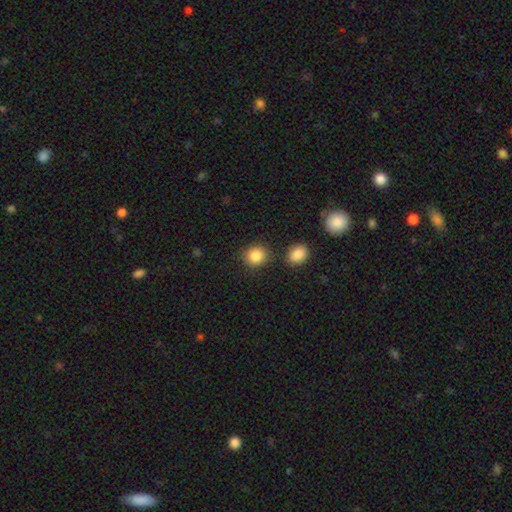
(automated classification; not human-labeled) Smooth or featured?
  - smooth: 86% *
  - star or artifact: 9%
  - featured or disk: 5%
How rounded?
  - round: 79% *
  - in between: 20%
  - cigar-shaped: 1%
Merging?
  - none: 81% *
  - minor disturbance: 9%
  - merger: 6%
  - major disturbance: 3%